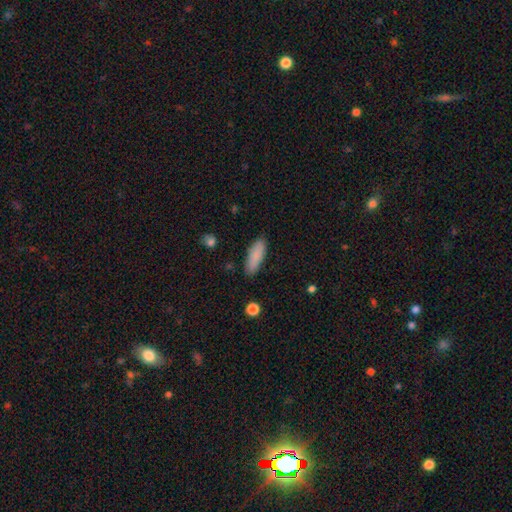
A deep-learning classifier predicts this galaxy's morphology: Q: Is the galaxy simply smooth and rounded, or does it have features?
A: smooth — 87%.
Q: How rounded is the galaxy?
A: in between — 58%.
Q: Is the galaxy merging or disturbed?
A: none — 87%.